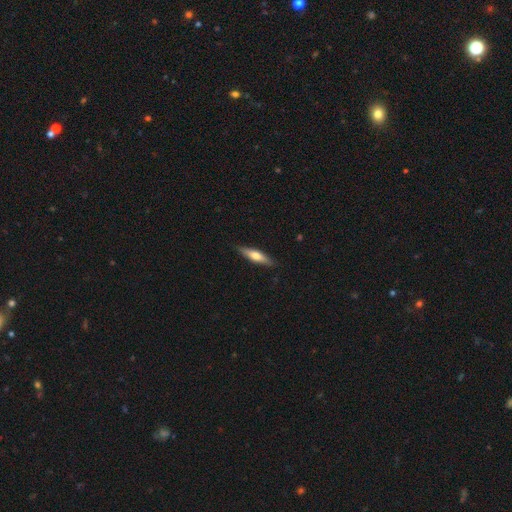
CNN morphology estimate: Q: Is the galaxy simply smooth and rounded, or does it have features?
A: smooth — 53%.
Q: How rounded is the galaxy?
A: cigar-shaped — 74%.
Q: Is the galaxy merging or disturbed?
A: none — 87%.